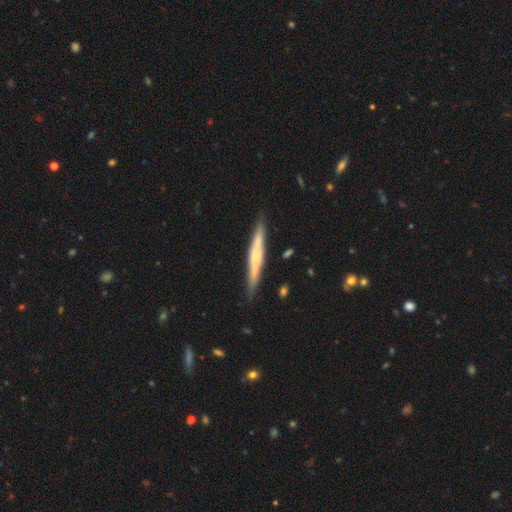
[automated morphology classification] Smooth or featured: featured or disk — 53% (smooth — 41%)
Edge-on disk: yes — 95% (no — 5%)
Edge-on bulge: none — 43% (tied with rounded — 43%)
Merging: none — 86% (minor disturbance — 11%)